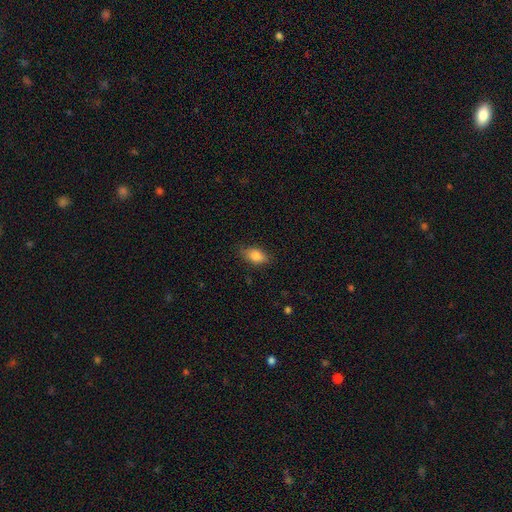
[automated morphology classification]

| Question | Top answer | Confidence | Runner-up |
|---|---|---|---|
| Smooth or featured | smooth | 83% | featured or disk (9%) |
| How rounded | in between | 87% | round (9%) |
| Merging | none | 78% | minor disturbance (17%) |